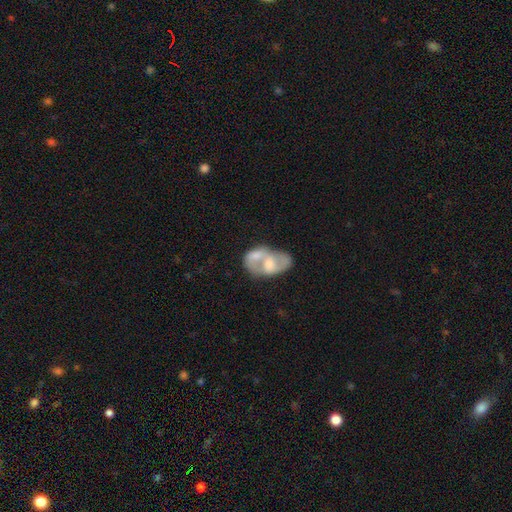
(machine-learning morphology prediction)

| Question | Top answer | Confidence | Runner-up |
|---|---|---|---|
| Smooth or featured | smooth | 48% | featured or disk (45%) |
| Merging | merger | 64% | none (16%) |